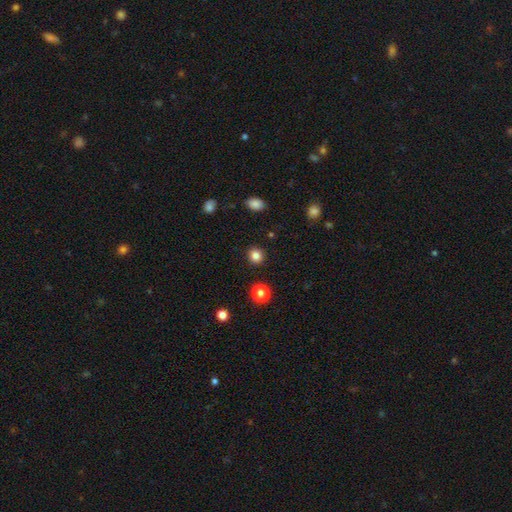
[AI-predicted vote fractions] Smooth or featured: smooth — 84% (star or artifact — 12%)
How rounded: round — 88% (in between — 11%)
Merging: none — 91% (minor disturbance — 5%)